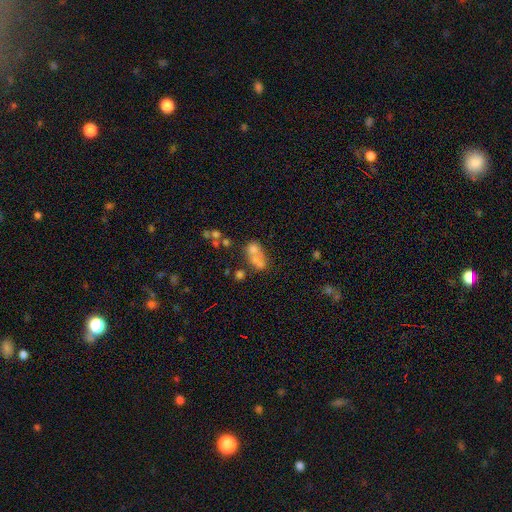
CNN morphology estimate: Overall: smooth (52%; featured or disk 31%). How rounded: round (52%; in between 45%). Merging: merger (55%; none 28%).